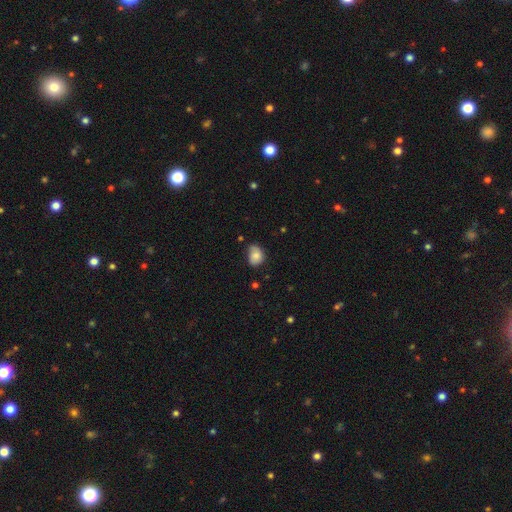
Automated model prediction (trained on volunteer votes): The model was most divided on "merging": none: 55%, minor disturbance: 36%, major disturbance: 7%, merger: 2%. More confident: smooth or featured — smooth (79%); how rounded — in between (62%).